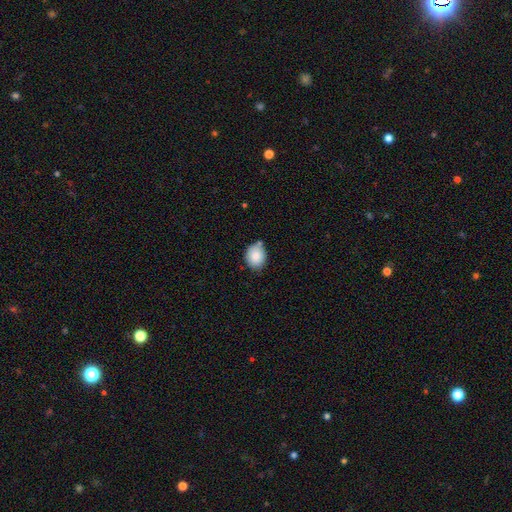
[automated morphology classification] A smooth galaxy with no disk features (86%) that is round (57%). Merging: none (67%).